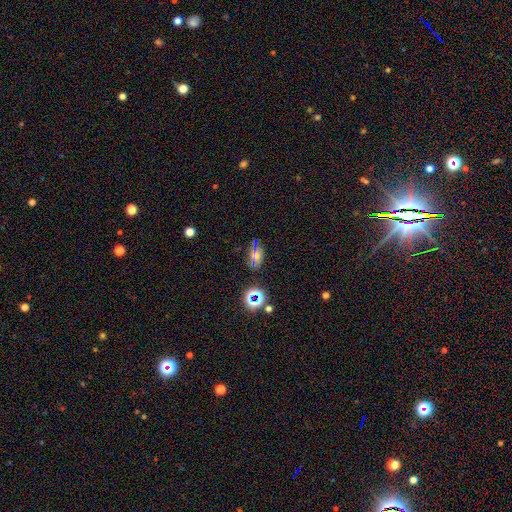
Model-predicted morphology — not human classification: This appears to be a smooth galaxy with no disk features (44%). Merging: none (76%).